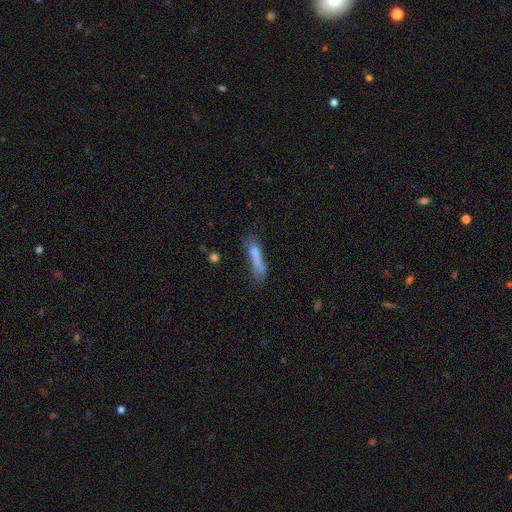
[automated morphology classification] smooth 60%, featured or disk 29%, star or artifact 11%. Down the decision tree: how rounded — cigar-shaped (73%); merging — none (31%).